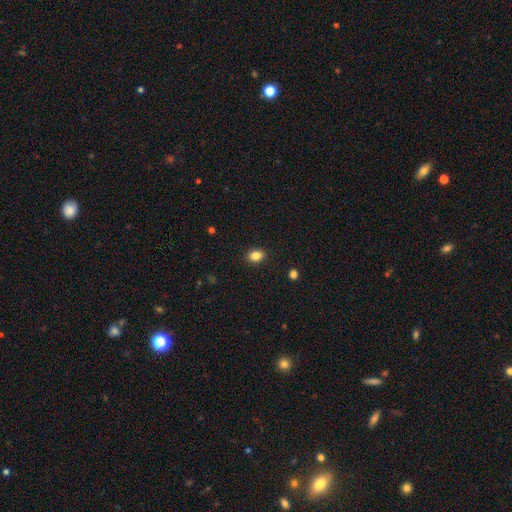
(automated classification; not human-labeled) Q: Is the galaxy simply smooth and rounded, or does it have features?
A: smooth — 86%.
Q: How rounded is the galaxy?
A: in between — 73%.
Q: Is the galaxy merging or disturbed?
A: none — 89%.